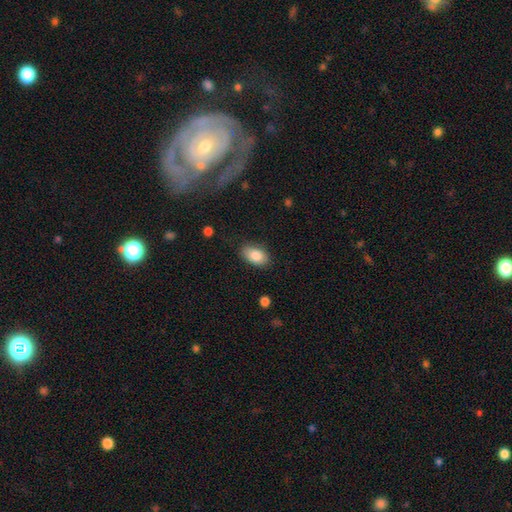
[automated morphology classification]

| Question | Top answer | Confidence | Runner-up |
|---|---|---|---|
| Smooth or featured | smooth | 85% | featured or disk (8%) |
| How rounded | in between | 91% | round (8%) |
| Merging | none | 82% | minor disturbance (14%) |